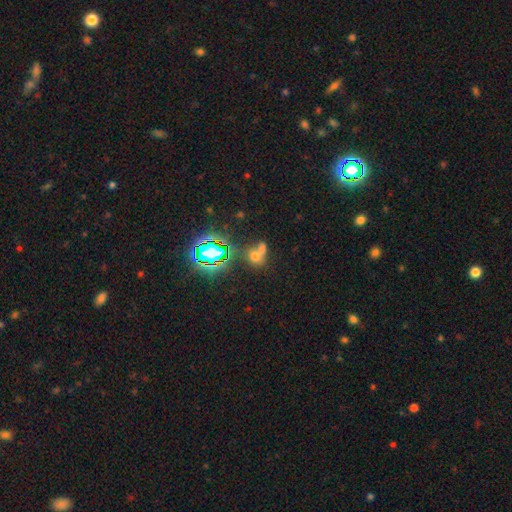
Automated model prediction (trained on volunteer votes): Overall: smooth (53%; star or artifact 32%). How rounded: round (55%; in between 42%). Merging: merger (53%; none 33%).